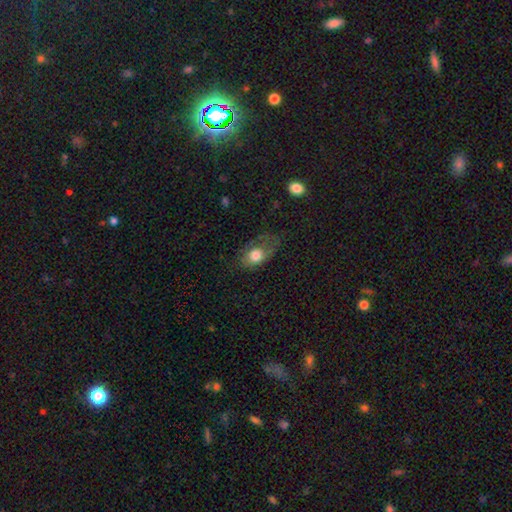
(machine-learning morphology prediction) Overall: smooth (71%). How rounded: in between (75%). Merging: none (36%; major disturbance 33%).